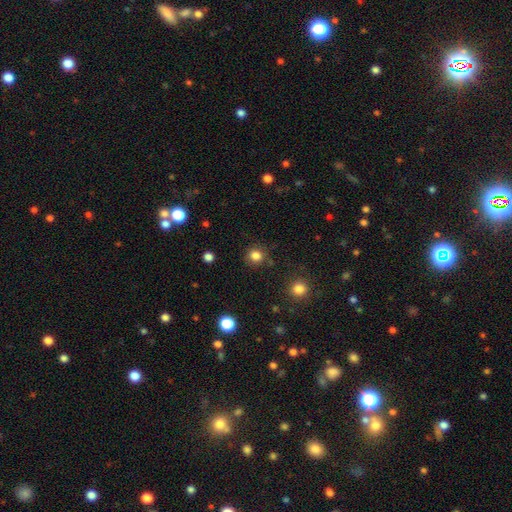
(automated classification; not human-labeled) Smooth or featured: smooth — 83% (star or artifact — 12%)
How rounded: round — 88% (in between — 11%)
Merging: none — 85% (minor disturbance — 9%)